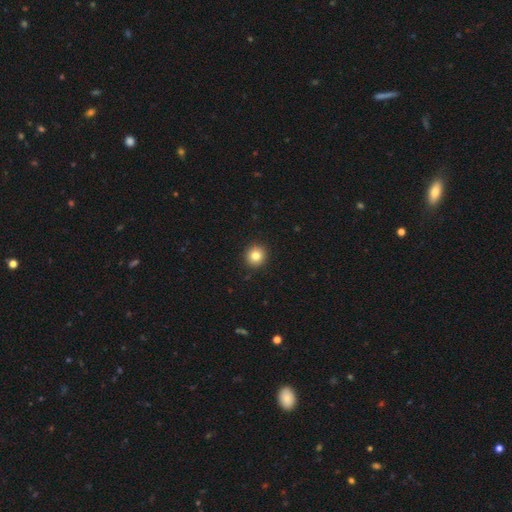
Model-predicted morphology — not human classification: This appears to be a smooth galaxy with no disk features (82%) that is round (91%). Merging: none (92%).